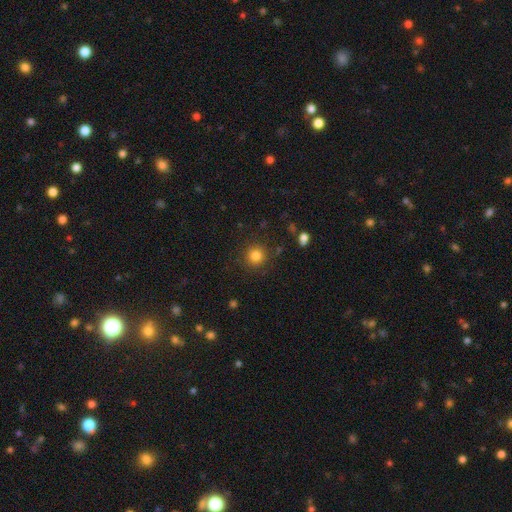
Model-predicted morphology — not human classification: Smooth or featured? smooth (82%)
How rounded? round (94%)
Merging? none (88%)